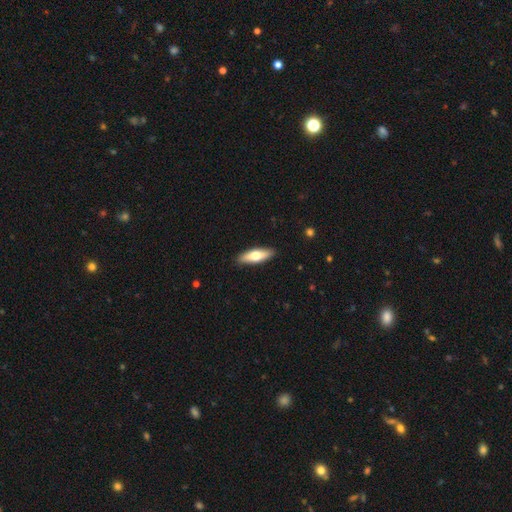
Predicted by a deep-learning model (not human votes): Morphology: type=smooth (63%); roundness=in between (50%); merging=none (90%).